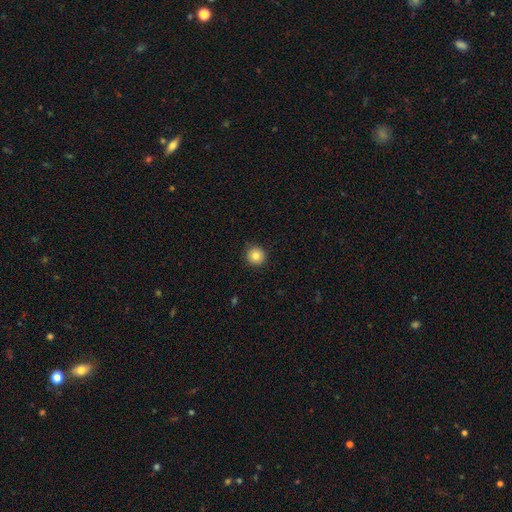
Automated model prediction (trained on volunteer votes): smooth_or_featured: smooth (p=0.83) [alt: star or artifact p=0.10]
how_rounded: round (p=0.95) [alt: in between p=0.04]
merging: none (p=0.90) [alt: minor disturbance p=0.07]